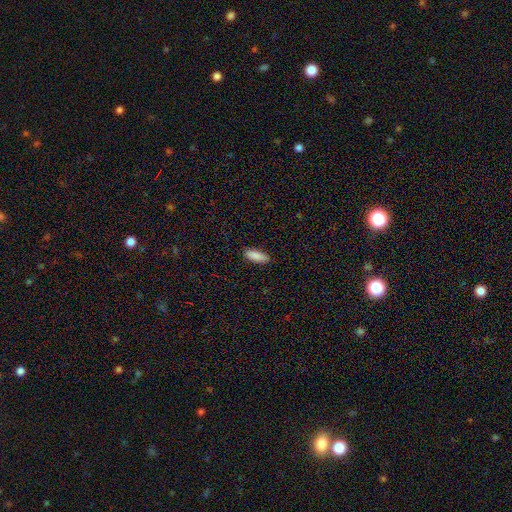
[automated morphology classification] Smooth or featured? smooth (89%)
How rounded? in between (69%)
Merging? none (88%)